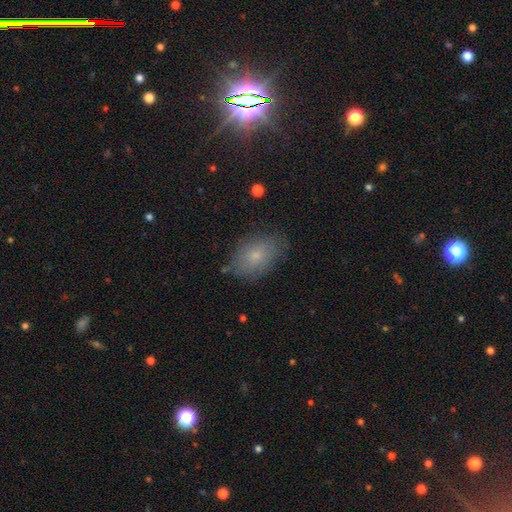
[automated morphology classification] smooth_or_featured: smooth (p=0.71) [alt: featured or disk p=0.18]
how_rounded: in between (p=0.87) [alt: round p=0.11]
merging: none (p=0.75) [alt: minor disturbance p=0.18]